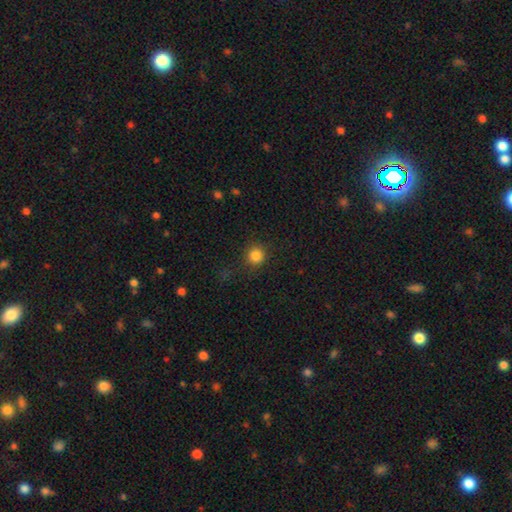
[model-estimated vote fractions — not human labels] This appears to be a smooth galaxy with no disk features (84%) that is round (93%). Merging: none (85%).